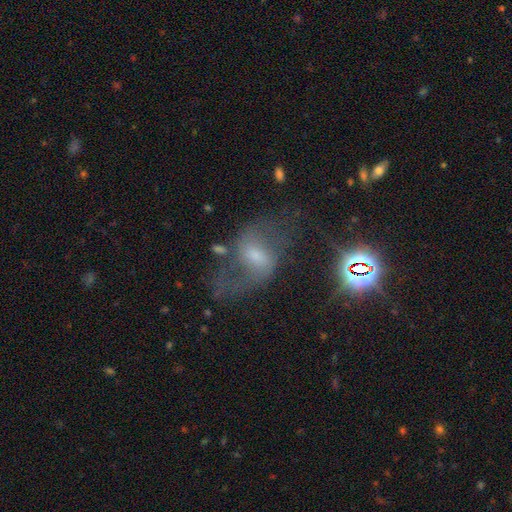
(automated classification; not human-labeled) This is likely a featured or disk galaxy (66%). It is clearly not viewed edge-on (96%). Bar: possibly weak (48%). Spiral arm pattern: clearly yes (84%). Spiral arm count: clearly 2 (86%). Spiral winding: likely loose (65%). Central bulge: marginally moderate (41%). Merging: possibly none (49%).